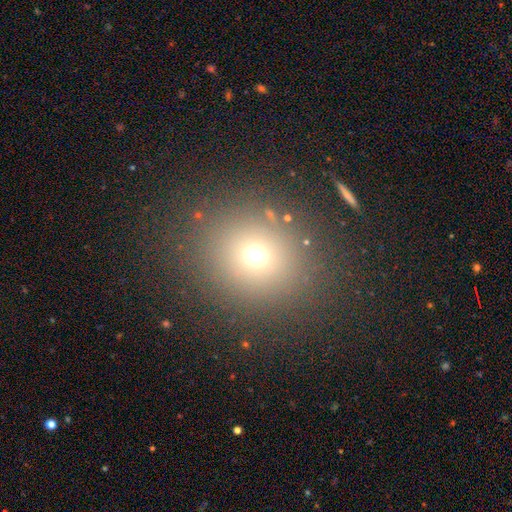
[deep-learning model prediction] smooth 67%, star or artifact 23%, featured or disk 10%. Down the decision tree: how rounded — round (81%); merging — none (86%).